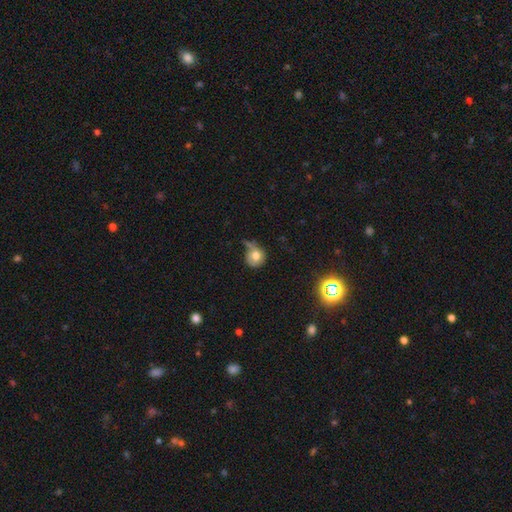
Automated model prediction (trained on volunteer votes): Smooth or featured?
  - smooth: 70% *
  - featured or disk: 20%
  - star or artifact: 10%
How rounded?
  - round: 81% *
  - in between: 18%
  - cigar-shaped: 1%
Merging?
  - none: 41% *
  - minor disturbance: 29%
  - major disturbance: 20%
  - merger: 10%